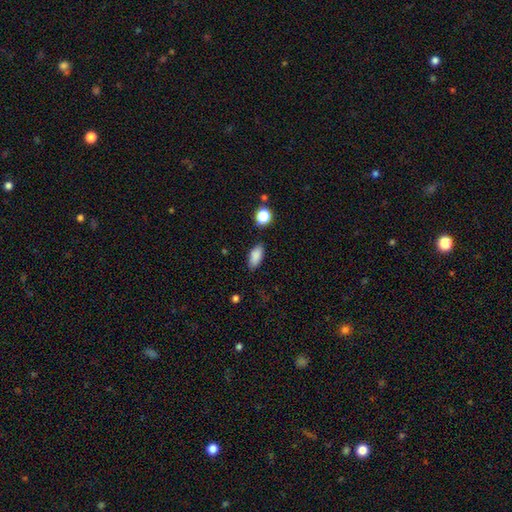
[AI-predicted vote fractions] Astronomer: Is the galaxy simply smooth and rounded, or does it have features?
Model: smooth — 86%.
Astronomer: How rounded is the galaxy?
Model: in between — 87%.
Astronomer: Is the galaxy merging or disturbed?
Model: none — 84%.